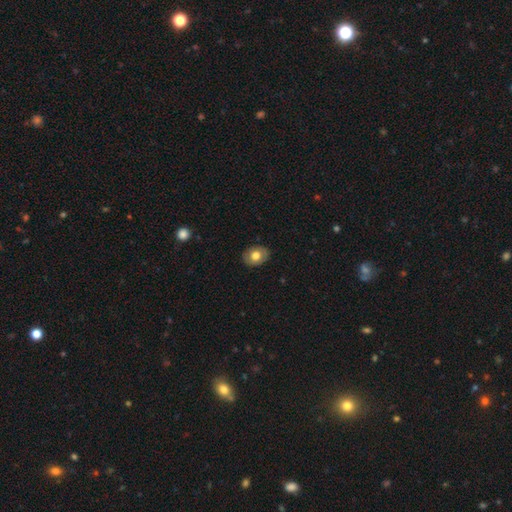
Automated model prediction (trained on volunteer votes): Smooth or featured: smooth — 67% (featured or disk — 26%)
How rounded: in between — 60% (round — 39%)
Merging: none — 86% (minor disturbance — 11%)